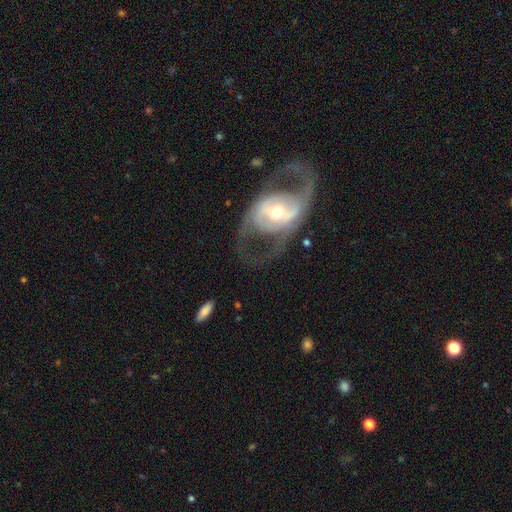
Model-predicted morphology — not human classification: A featured or disk galaxy (85%) with no bar (37%), 2 (87%) medium (47%) spiral arms (85%) and a moderate central bulge (54%).

Vote fractions:
- Smooth or featured? featured or disk: 85% / smooth: 9% / star or artifact: 6%
- Edge-on disk? no: 95% / yes: 5%
- Bar? no: 37% / weak: 32% / strong: 30%
- Spiral arms? yes: 85% / no: 15%
- Spiral winding? medium: 47% / loose: 36% / tight: 17%
- Spiral arm count? 2: 87% / can't tell: 6% / 1: 3% / 3: 2% / 4: 1% / more than 4: 1%
- Bulge size? moderate: 54% / small: 37% / large: 7% / dominant: 2% / none: 1%
- Merging? none: 63% / major disturbance: 21% / minor disturbance: 14% / merger: 2%